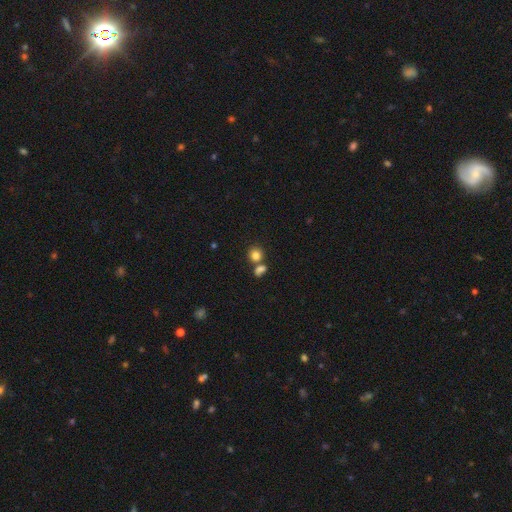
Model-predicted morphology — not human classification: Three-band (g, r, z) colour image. It shows a smooth galaxy with no disk features (83%) that is round (79%). Merging: none (53%).